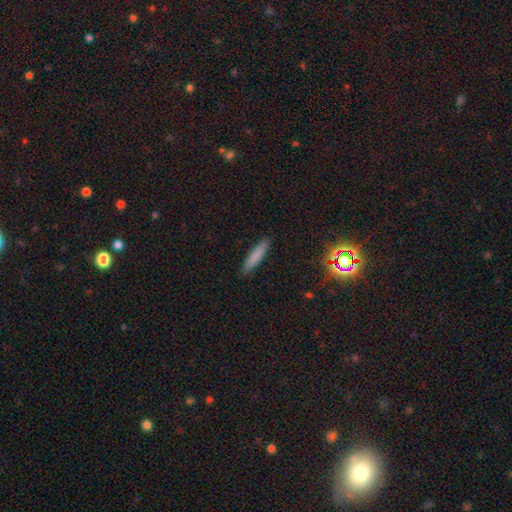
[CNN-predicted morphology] This appears to be a smooth galaxy with no disk features (80%) that is cigar-shaped (86%). Merging: none (89%).